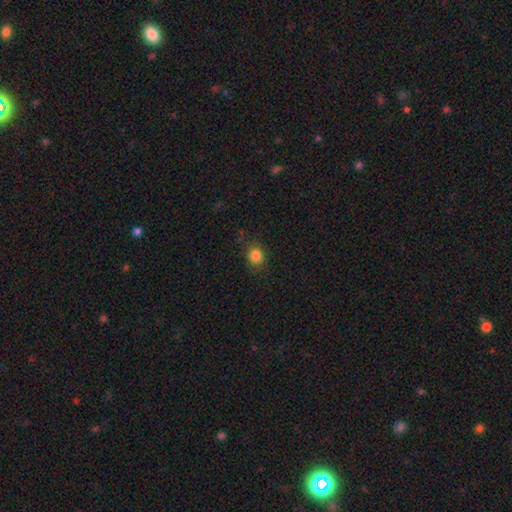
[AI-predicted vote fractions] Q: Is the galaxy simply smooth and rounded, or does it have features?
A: smooth — 84%.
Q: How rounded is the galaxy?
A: round — 74%.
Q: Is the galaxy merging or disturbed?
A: none — 84%.